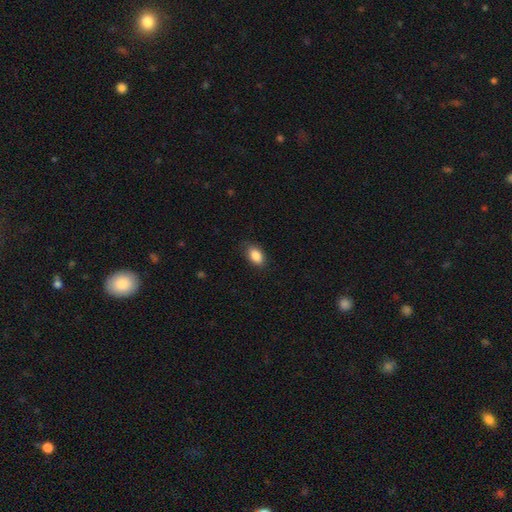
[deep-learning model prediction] Morphology: type=smooth (87%); roundness=in between (89%); merging=none (82%).